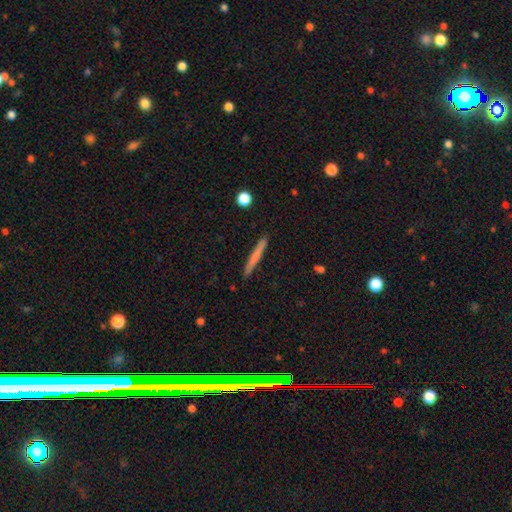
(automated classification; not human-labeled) smooth_or_featured: smooth (p=0.66) [alt: featured or disk p=0.28]
how_rounded: cigar-shaped (p=0.97) [alt: in between p=0.02]
merging: none (p=0.90) [alt: minor disturbance p=0.07]